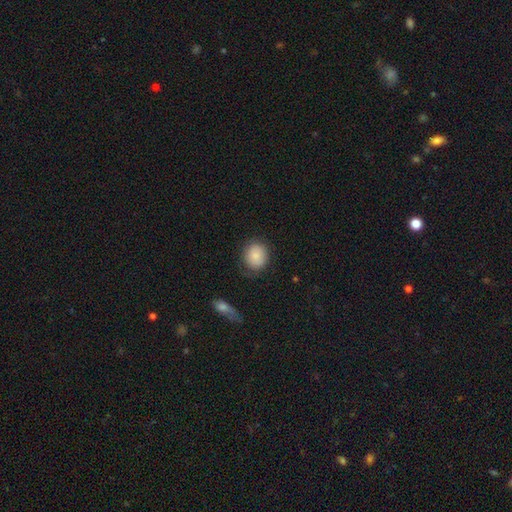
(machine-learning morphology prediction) type=smooth (85%); roundness=round (74%); merging=none (75%).